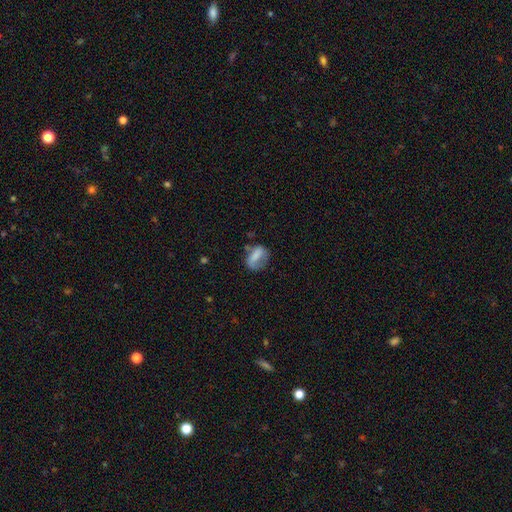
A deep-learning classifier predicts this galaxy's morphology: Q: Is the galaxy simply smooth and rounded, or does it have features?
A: smooth — 60%.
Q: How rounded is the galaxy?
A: in between — 71%.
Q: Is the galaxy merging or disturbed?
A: none — 42%.